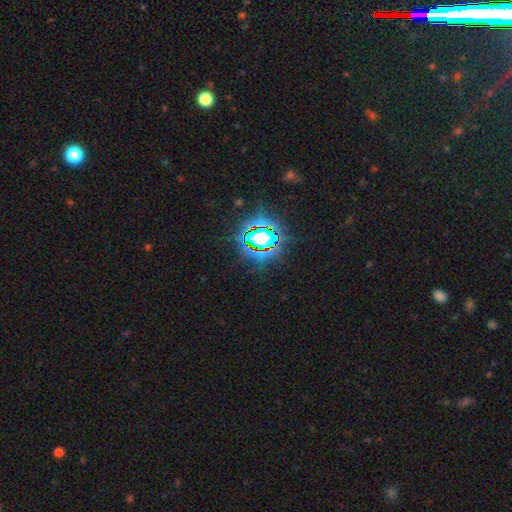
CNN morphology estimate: Smooth or featured: star or artifact — 83% (smooth — 11%)